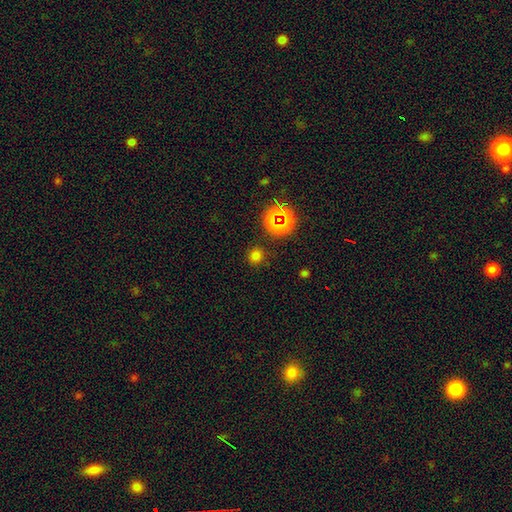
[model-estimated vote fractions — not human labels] This is likely a smooth galaxy (69%). How rounded: clearly round (90%). Merging: clearly none (85%).